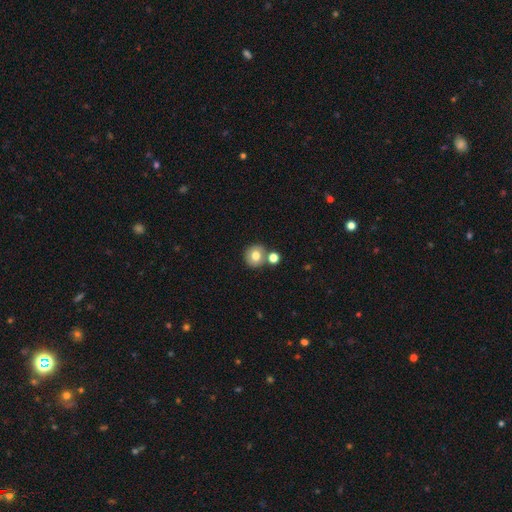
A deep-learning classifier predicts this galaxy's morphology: Q: Smooth or featured?
A: smooth (75%); runner-up: featured or disk (15%)
Q: How rounded?
A: round (86%); runner-up: in between (14%)
Q: Merging?
A: none (66%); runner-up: merger (21%)